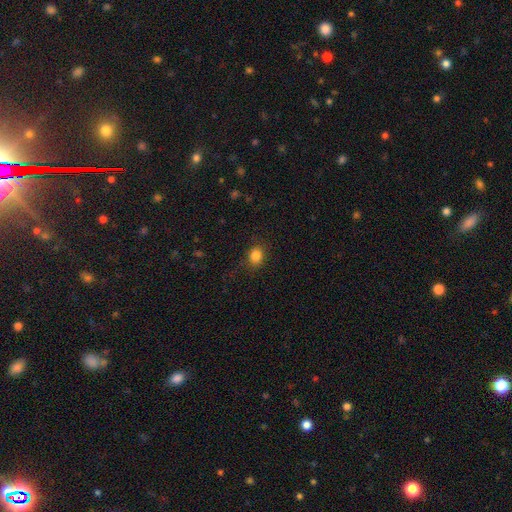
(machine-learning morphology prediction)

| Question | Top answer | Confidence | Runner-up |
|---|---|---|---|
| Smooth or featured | smooth | 84% | star or artifact (11%) |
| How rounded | round | 52% | in between (47%) |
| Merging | none | 82% | minor disturbance (13%) |